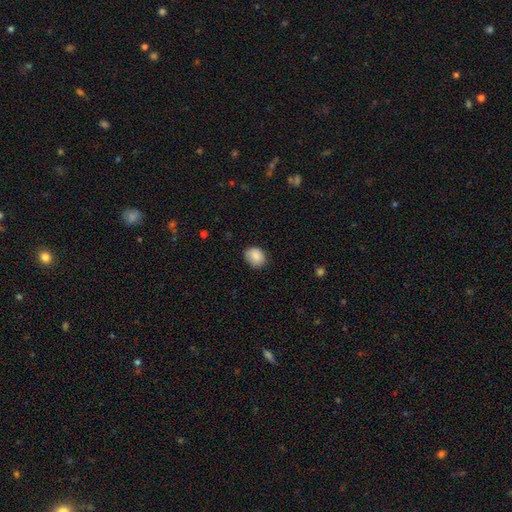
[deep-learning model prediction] The model was most divided on "how rounded": round: 55%, in between: 44%, cigar-shaped: 1%. More confident: smooth or featured — smooth (86%); merging — none (76%).